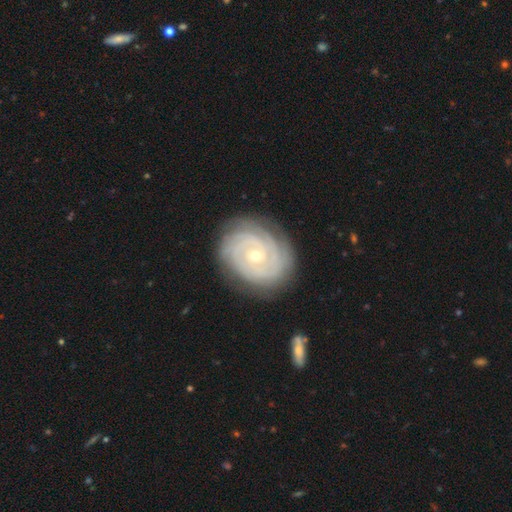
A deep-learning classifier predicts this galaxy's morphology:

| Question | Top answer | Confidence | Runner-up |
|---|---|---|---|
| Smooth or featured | featured or disk | 87% | smooth (8%) |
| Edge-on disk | no | 97% | yes (3%) |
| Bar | no | 72% | weak (21%) |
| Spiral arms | yes | 96% | no (4%) |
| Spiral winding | tight | 85% | medium (13%) |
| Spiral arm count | can't tell | 27% | 2 (24%) |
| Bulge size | small | 62% | moderate (35%) |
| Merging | none | 82% | minor disturbance (13%) |